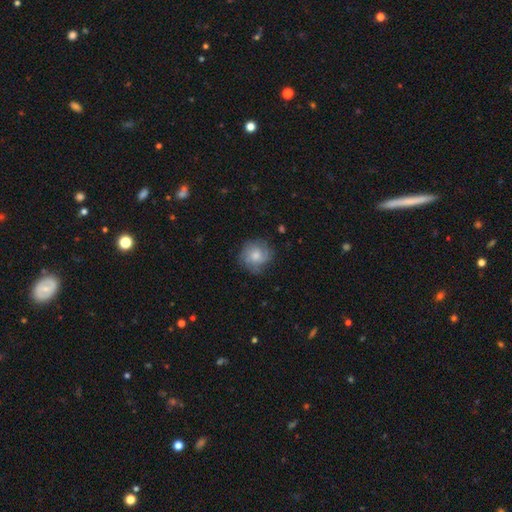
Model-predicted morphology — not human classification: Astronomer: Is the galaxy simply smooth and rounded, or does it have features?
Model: smooth — 51% (runner-up: featured or disk, 40%).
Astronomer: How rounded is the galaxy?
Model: round — 87%.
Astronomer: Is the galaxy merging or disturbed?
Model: none — 75%.